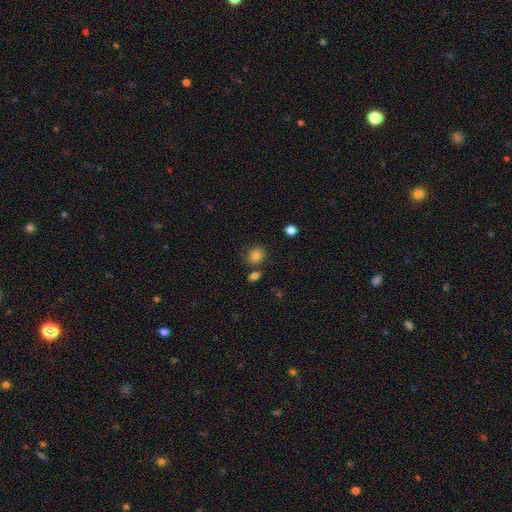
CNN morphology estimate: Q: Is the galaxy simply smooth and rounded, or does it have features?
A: smooth — 81%.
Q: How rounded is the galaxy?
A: round — 71%.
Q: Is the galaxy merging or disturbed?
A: none — 75%.